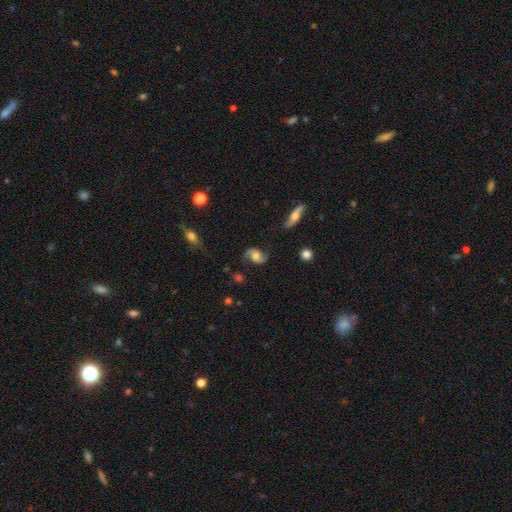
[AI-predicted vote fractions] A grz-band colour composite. It shows a featured or disk galaxy (82%) with no bar (63%), 2 (94%) loose (53%) spiral arms (96%) and a moderate central bulge (55%). Merging: none (79%).